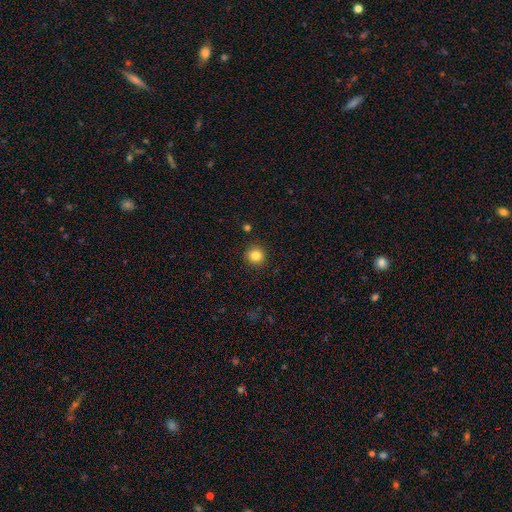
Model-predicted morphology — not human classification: Smooth or featured? Predicted: smooth (p=0.83). How rounded? Predicted: round (p=0.93). Merging? Predicted: none (p=0.90).